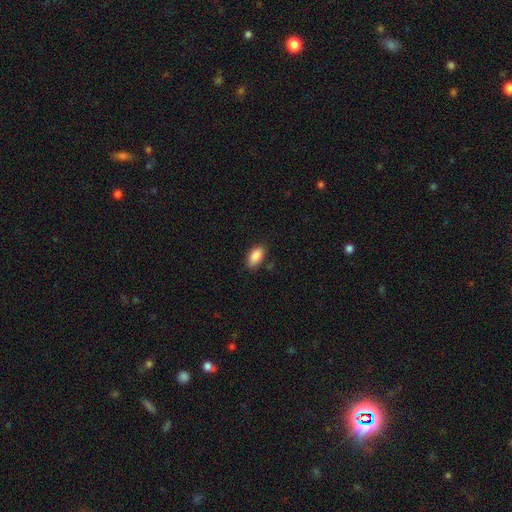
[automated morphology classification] Overall: smooth (89%). How rounded: in between (92%). Merging: none (82%).